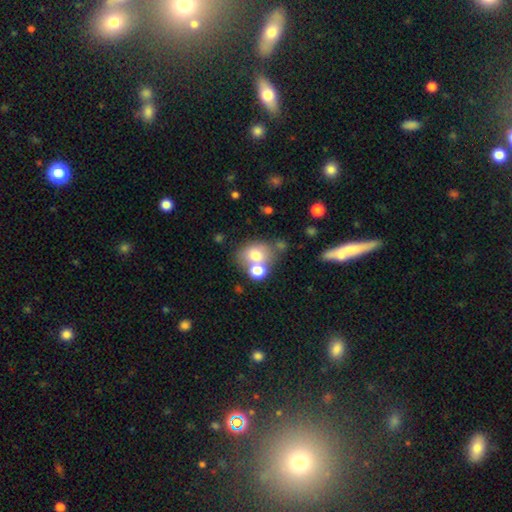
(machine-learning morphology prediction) Smooth or featured? Predicted: smooth (p=0.70). How rounded? Predicted: round (p=0.55). Merging? Predicted: none (p=0.49).